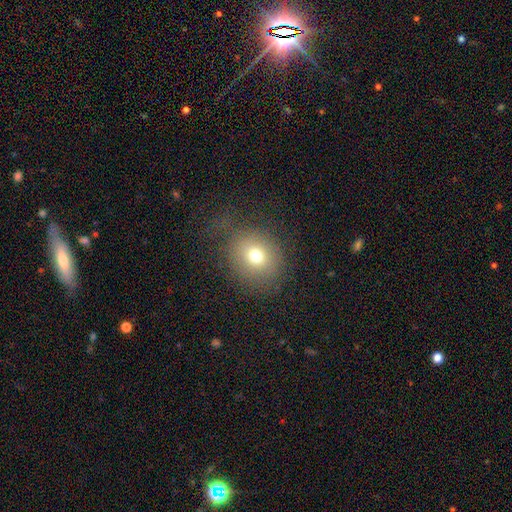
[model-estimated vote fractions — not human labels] Morphology: type=smooth (72%); roundness=round (79%); merging=none (67%).